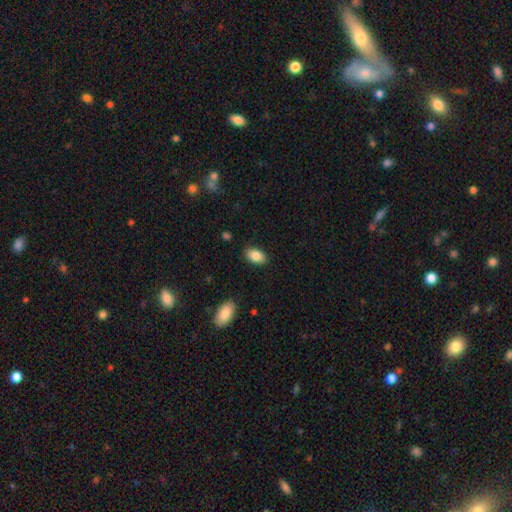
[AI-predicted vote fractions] This is clearly a smooth galaxy (85%). How rounded: clearly in between (91%). Merging: clearly none (87%).